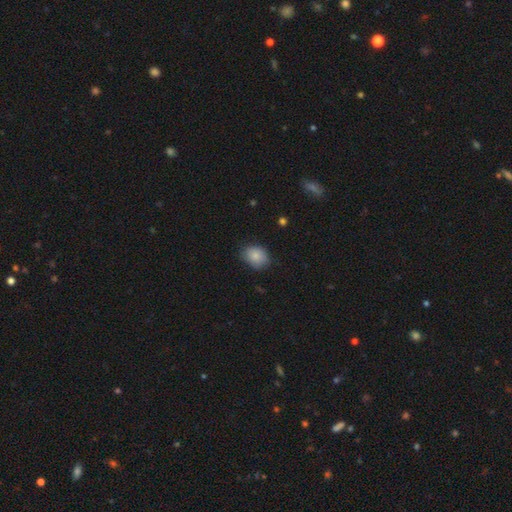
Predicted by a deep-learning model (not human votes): Smooth or featured: smooth — 85% (star or artifact — 8%)
How rounded: in between — 54% (round — 46%)
Merging: none — 76% (minor disturbance — 19%)